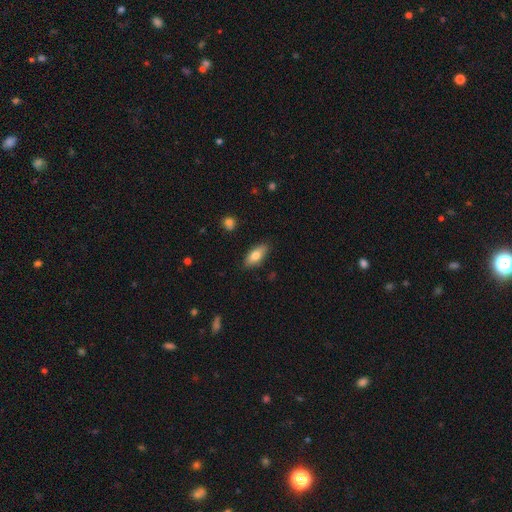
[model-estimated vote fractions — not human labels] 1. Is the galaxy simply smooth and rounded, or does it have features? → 75% smooth, 18% featured or disk, 7% star or artifact.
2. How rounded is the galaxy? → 80% in between, 17% cigar-shaped, 3% round.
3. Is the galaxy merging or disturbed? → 86% none, 11% minor disturbance, 2% major disturbance, 1% merger.